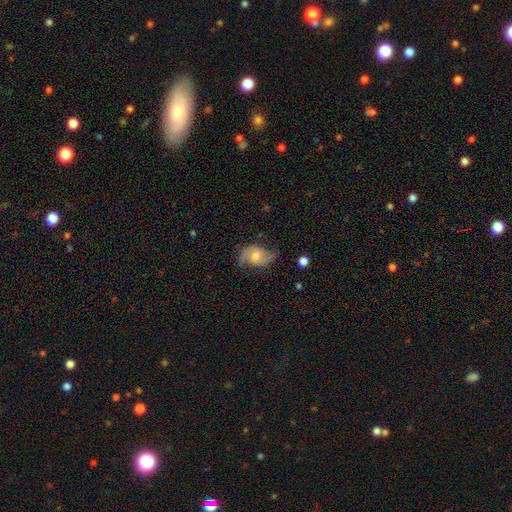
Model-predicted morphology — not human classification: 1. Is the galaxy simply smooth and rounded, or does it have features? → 79% featured or disk, 14% smooth, 7% star or artifact.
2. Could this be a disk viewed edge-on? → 97% no, 3% yes.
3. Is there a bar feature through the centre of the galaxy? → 58% no, 35% weak, 7% strong.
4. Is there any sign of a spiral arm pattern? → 94% yes, 6% no.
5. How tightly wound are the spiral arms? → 45% loose, 42% medium, 13% tight.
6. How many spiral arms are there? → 90% 2, 4% can't tell, 3% 1, 1% 3, 1% 4, 1% more than 4.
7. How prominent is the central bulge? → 55% moderate, 33% small, 6% large, 4% none, 1% dominant.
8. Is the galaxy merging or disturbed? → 71% none, 20% minor disturbance, 8% major disturbance, 1% merger.